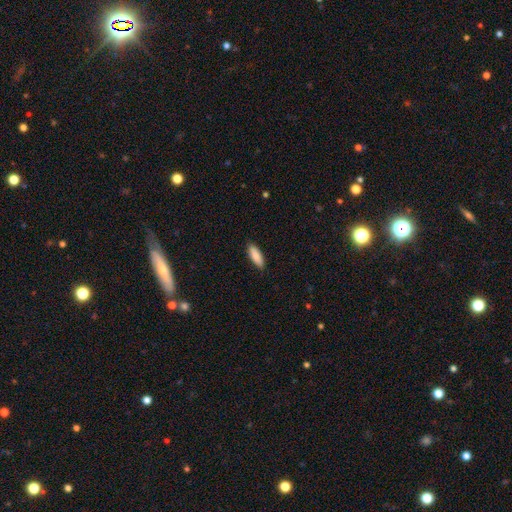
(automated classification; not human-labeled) Smooth or featured? smooth (88%)
How rounded? in between (59%)
Merging? none (89%)